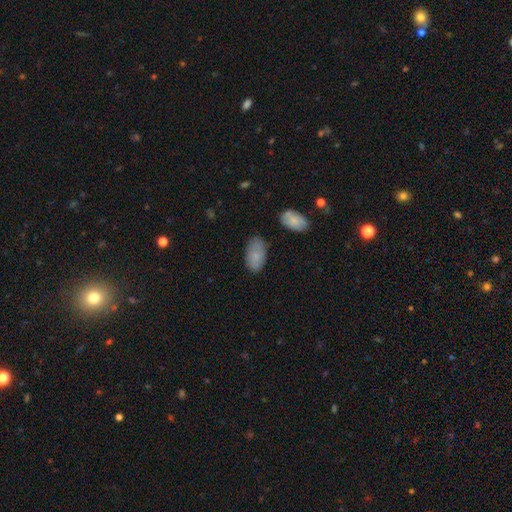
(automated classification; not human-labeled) Smooth or featured? Predicted: smooth (p=0.83). How rounded? Predicted: in between (p=0.94). Merging? Predicted: none (p=0.78).